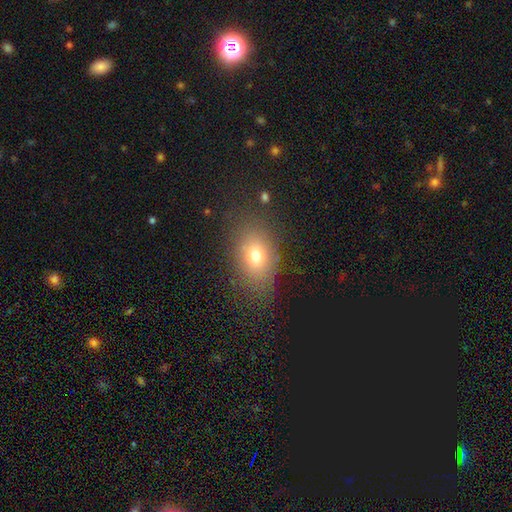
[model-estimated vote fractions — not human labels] smooth 72%, featured or disk 15%, star or artifact 13%. Down the decision tree: how rounded — in between (77%); merging — none (79%).